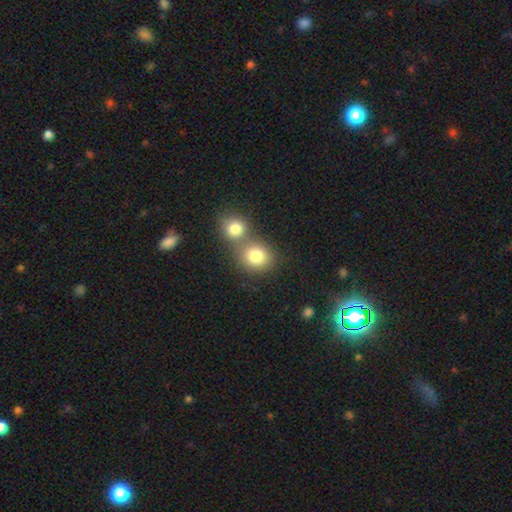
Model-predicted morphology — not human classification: smooth 80%, star or artifact 11%, featured or disk 9%. Down the decision tree: how rounded — round (79%); merging — merger (50%).